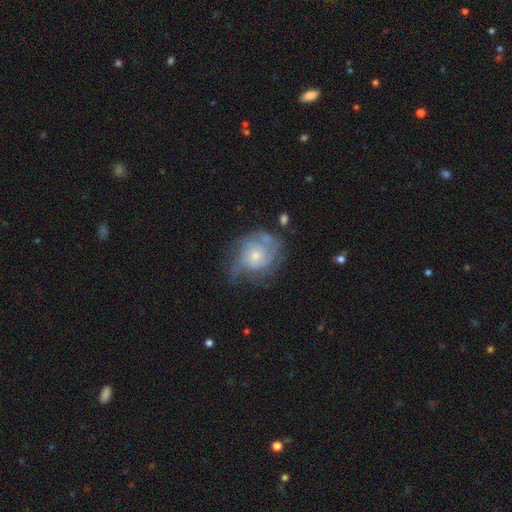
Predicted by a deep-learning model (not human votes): Smooth or featured?
  - featured or disk: 71% *
  - smooth: 22%
  - star or artifact: 7%
Edge-on disk?
  - no: 97% *
  - yes: 3%
Bar?
  - no: 76% *
  - weak: 21%
  - strong: 3%
Spiral arms?
  - yes: 83% *
  - no: 17%
Spiral winding?
  - tight: 50% *
  - medium: 36%
  - loose: 14%
Spiral arm count?
  - can't tell: 44% *
  - 3: 19%
  - 2: 19%
  - 4: 8%
  - 1: 6%
  - more than 4: 4%
Bulge size?
  - moderate: 48% *
  - small: 44%
  - large: 4%
  - none: 3%
  - dominant: 1%
Merging?
  - none: 52% *
  - minor disturbance: 27%
  - major disturbance: 18%
  - merger: 3%